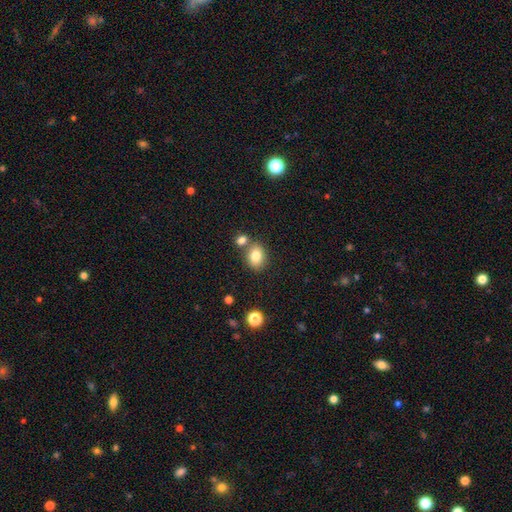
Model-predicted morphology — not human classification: Smooth or featured? smooth (81%)
How rounded? in between (56%)
Merging? none (66%)